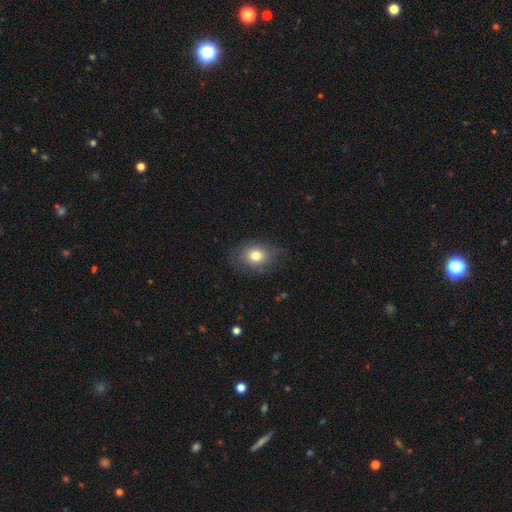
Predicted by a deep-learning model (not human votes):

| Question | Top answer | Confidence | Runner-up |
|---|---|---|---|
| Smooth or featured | smooth | 76% | featured or disk (14%) |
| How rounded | in between | 58% | round (41%) |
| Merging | none | 77% | minor disturbance (17%) |